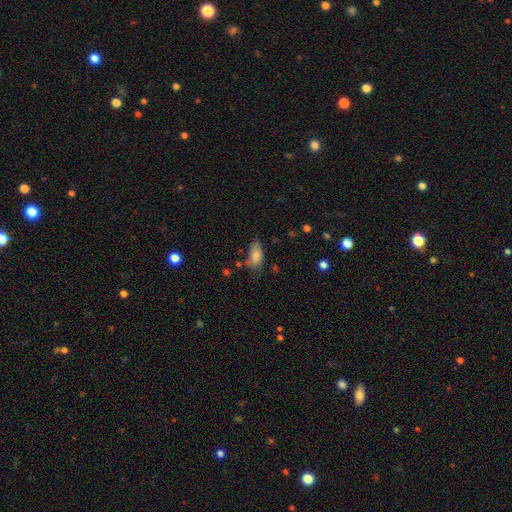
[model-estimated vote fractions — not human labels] smooth-or-featured: smooth: 82% | featured or disk: 10% | star or artifact: 8%
  how-rounded: in between: 90% | cigar-shaped: 6% | round: 4%
  merging: none: 55% | minor disturbance: 31% | major disturbance: 10% | merger: 5%